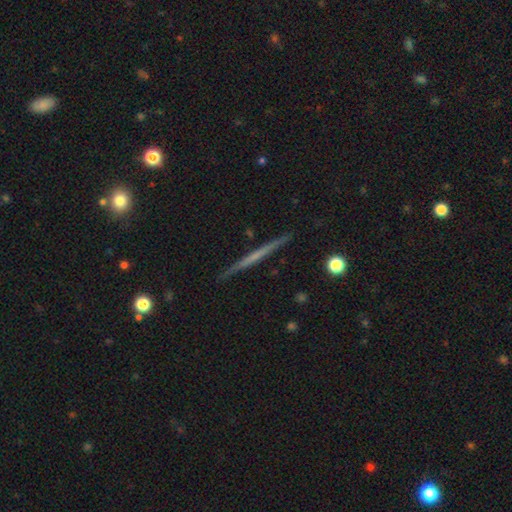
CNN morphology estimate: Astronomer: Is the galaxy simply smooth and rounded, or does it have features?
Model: featured or disk — 59% (runner-up: smooth, 35%).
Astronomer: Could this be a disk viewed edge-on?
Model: yes — 98%.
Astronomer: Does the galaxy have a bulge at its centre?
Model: none — 89%.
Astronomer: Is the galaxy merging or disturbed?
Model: none — 91%.